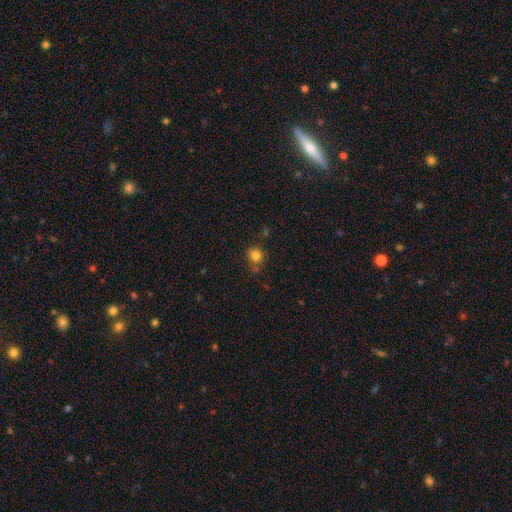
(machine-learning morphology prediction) This is clearly a smooth galaxy (81%). How rounded: clearly round (83%). Merging: likely none (72%).